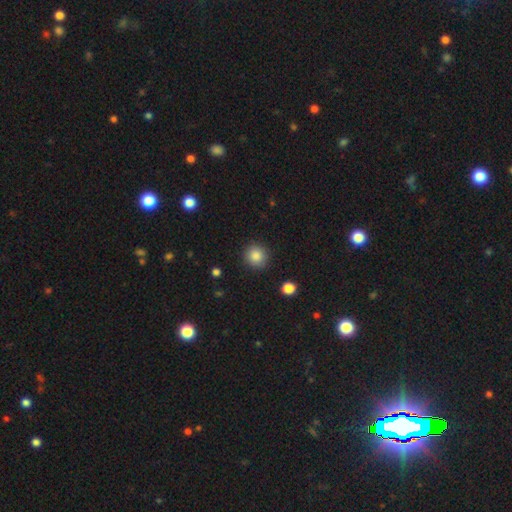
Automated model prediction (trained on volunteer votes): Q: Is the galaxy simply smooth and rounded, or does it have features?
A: smooth — 86%.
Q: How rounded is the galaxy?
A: round — 93%.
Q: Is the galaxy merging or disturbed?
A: none — 90%.